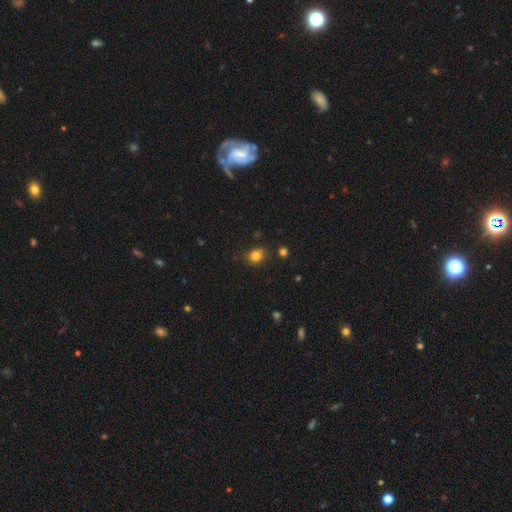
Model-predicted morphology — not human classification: smooth-or-featured: smooth: 82% | star or artifact: 12% | featured or disk: 6%
  how-rounded: round: 58% | in between: 41% | cigar-shaped: 1%
  merging: none: 78% | minor disturbance: 16% | major disturbance: 3% | merger: 3%